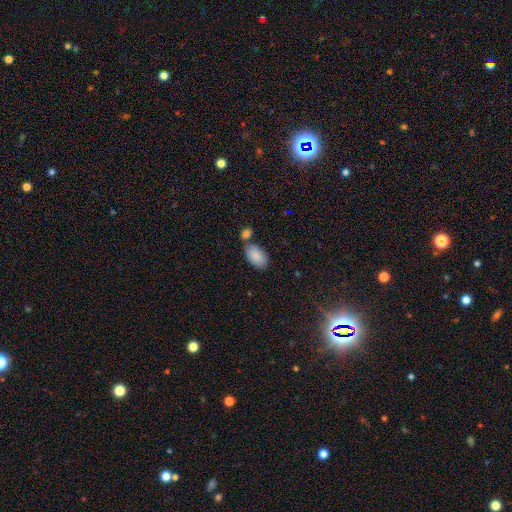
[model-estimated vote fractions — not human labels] A smooth galaxy with no disk features (87%) that is in between round and cigar-shaped (95%).

Vote fractions:
- Smooth or featured? smooth: 87% / star or artifact: 7% / featured or disk: 6%
- How rounded? in between: 95% / round: 3% / cigar-shaped: 2%
- Merging? none: 62% / merger: 20% / minor disturbance: 14% / major disturbance: 4%